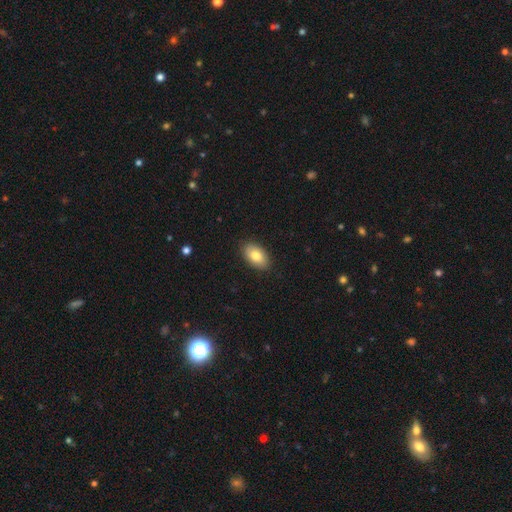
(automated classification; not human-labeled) Overall: smooth (83%). How rounded: in between (93%). Merging: none (89%).